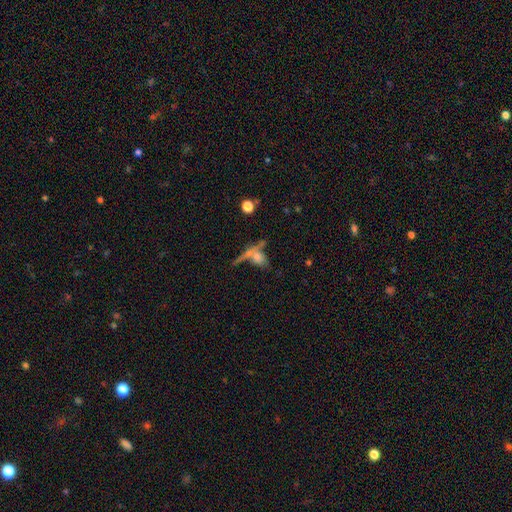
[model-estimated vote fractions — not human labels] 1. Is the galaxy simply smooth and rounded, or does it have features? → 57% smooth, 29% featured or disk, 14% star or artifact.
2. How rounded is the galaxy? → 53% in between, 24% cigar-shaped, 23% round.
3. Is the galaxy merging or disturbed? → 38% none, 35% merger, 14% major disturbance, 13% minor disturbance.